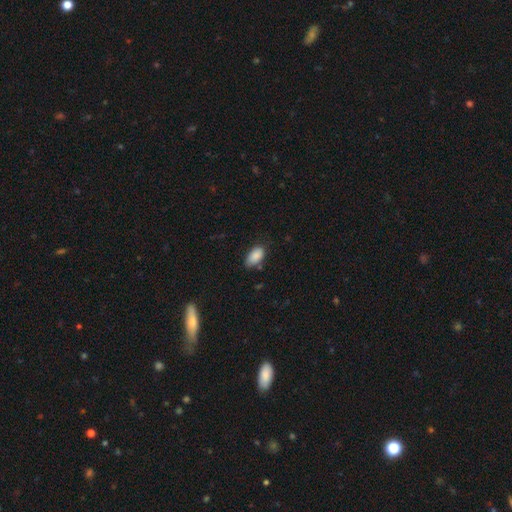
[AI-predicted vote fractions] A smooth galaxy with no disk features (87%) that is in between round and cigar-shaped (93%).

Vote fractions:
- Smooth or featured? smooth: 87% / star or artifact: 7% / featured or disk: 6%
- How rounded? in between: 93% / round: 4% / cigar-shaped: 3%
- Merging? none: 65% / minor disturbance: 26% / major disturbance: 5% / merger: 3%